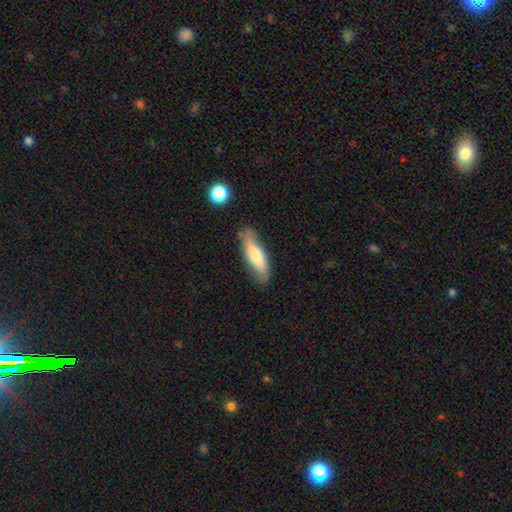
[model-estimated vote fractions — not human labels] Smooth or featured: smooth — 68% (featured or disk — 26%)
How rounded: cigar-shaped — 52% (in between — 46%)
Merging: none — 76% (minor disturbance — 18%)